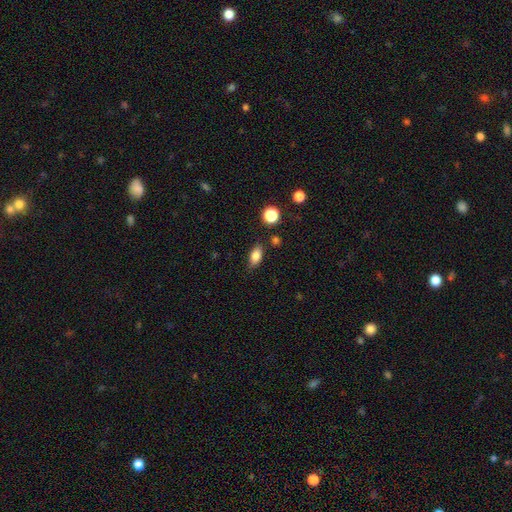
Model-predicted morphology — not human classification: The model was most divided on "merging": none: 79%, minor disturbance: 14%, major disturbance: 3%, merger: 3%. More confident: how rounded — in between (83%); smooth or featured — smooth (81%).